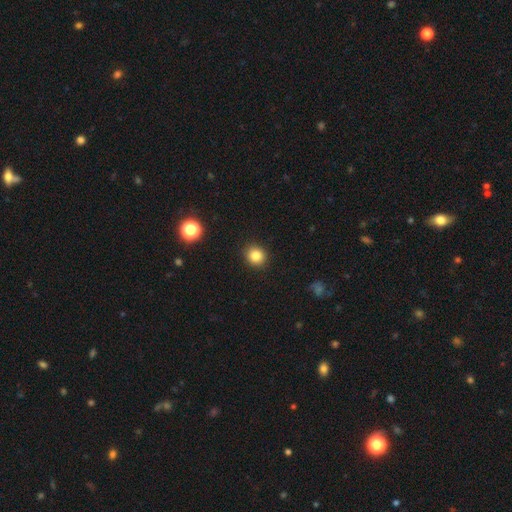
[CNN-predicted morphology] smooth-or-featured: smooth: 84% | star or artifact: 11% | featured or disk: 5%
  how-rounded: round: 83% | in between: 16% | cigar-shaped: 1%
  merging: none: 91% | minor disturbance: 6% | major disturbance: 2% | merger: 1%